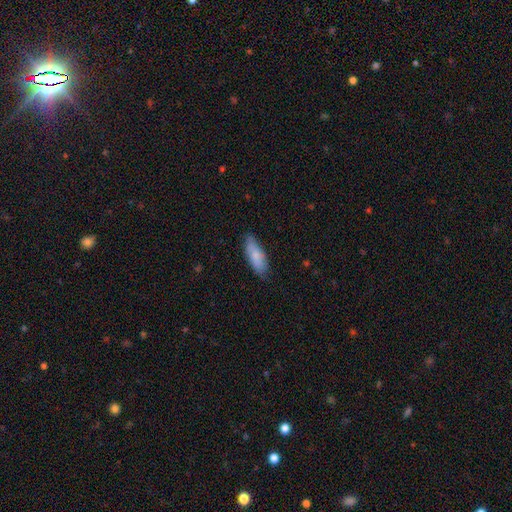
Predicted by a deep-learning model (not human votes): Smooth or featured: smooth — 79% (featured or disk — 15%)
How rounded: in between — 68% (cigar-shaped — 31%)
Merging: none — 76% (minor disturbance — 20%)